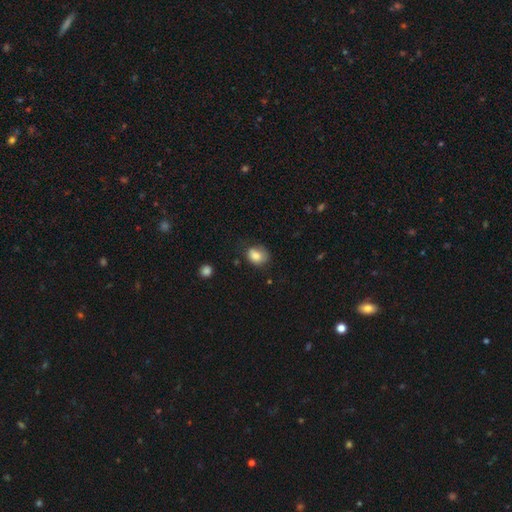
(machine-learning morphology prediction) A smooth galaxy with no disk features (82%) that is in between round and cigar-shaped (59%). Merging: none (51%).